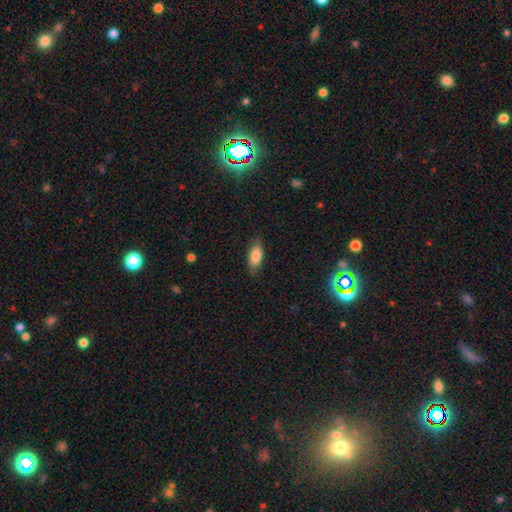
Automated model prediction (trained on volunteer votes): Smooth or featured: smooth — 82% (featured or disk — 11%)
How rounded: in between — 81% (cigar-shaped — 16%)
Merging: none — 79% (minor disturbance — 16%)